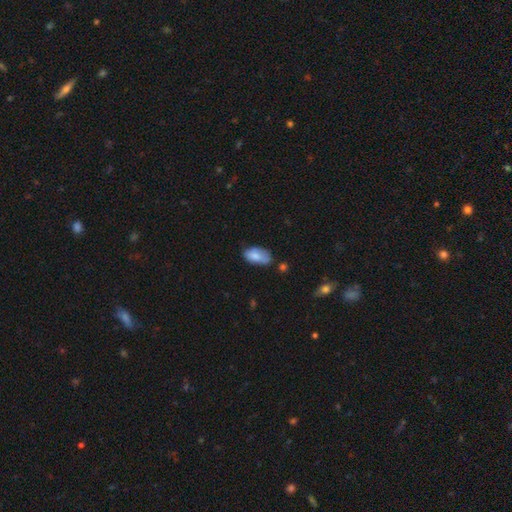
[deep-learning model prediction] Smooth or featured? smooth (80%)
How rounded? in between (94%)
Merging? none (55%)